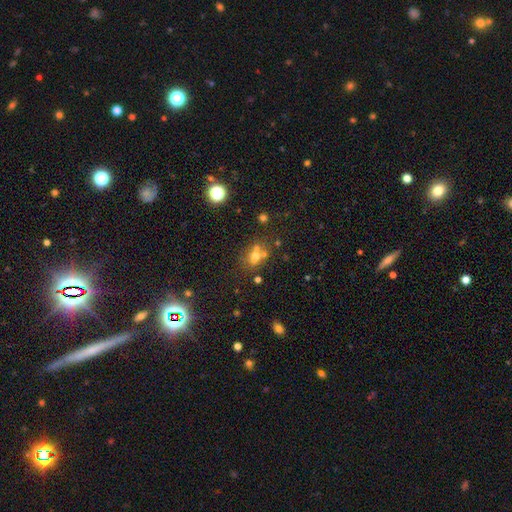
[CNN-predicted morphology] Smooth or featured: smooth — 53% (star or artifact — 25%)
How rounded: round — 61% (in between — 37%)
Merging: none — 45% (merger — 39%)